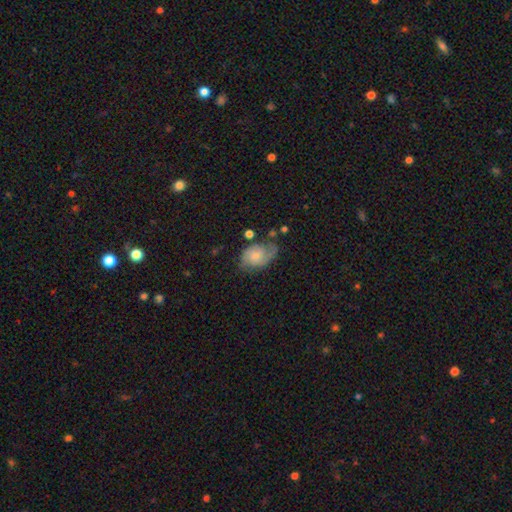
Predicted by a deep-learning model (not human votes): featured or disk 50%, smooth 42%, star or artifact 8%. Down the decision tree: edge-on disk — no (96%); merging — none (48%).